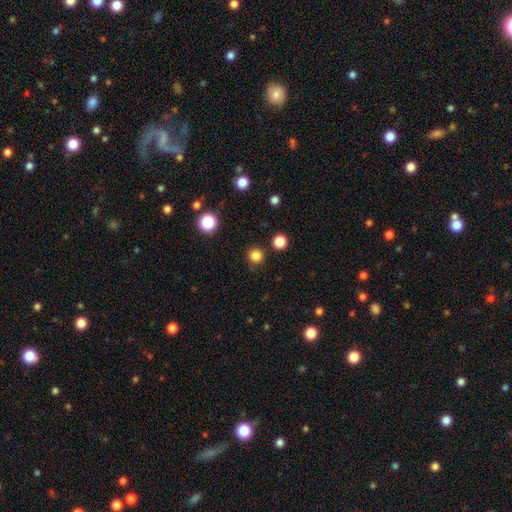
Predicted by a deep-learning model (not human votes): smooth-or-featured: smooth: 83% | star or artifact: 14% | featured or disk: 3%
  how-rounded: round: 95% | in between: 4% | cigar-shaped: 1%
  merging: none: 90% | minor disturbance: 5% | merger: 3% | major disturbance: 2%